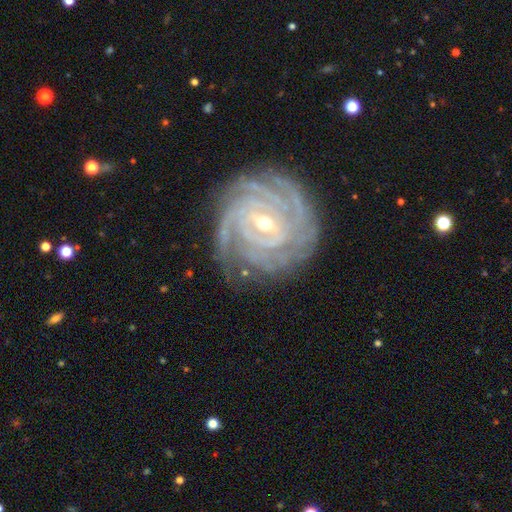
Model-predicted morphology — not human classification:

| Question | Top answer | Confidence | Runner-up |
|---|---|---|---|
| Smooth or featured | featured or disk | 91% | star or artifact (5%) |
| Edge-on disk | no | 97% | yes (3%) |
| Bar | weak | 49% | strong (29%) |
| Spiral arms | yes | 99% | no (1%) |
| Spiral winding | tight | 85% | medium (14%) |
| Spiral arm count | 4 | 29% | more than 4 (18%) |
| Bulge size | small | 54% | moderate (44%) |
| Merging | none | 81% | minor disturbance (14%) |